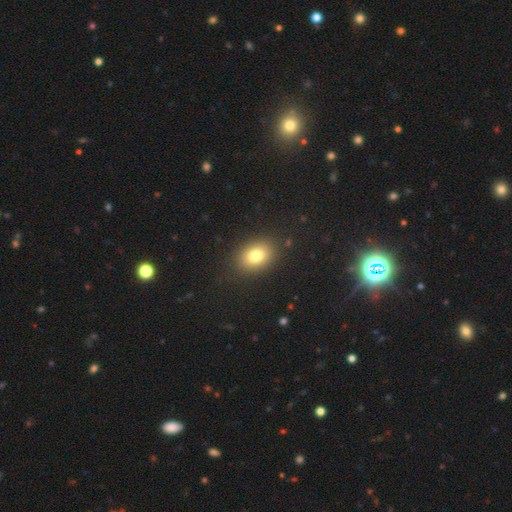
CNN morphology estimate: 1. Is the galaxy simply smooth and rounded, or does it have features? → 80% smooth, 10% star or artifact, 9% featured or disk.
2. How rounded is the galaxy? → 71% in between, 28% round, 1% cigar-shaped.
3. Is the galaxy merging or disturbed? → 86% none, 9% minor disturbance, 3% major disturbance, 1% merger.